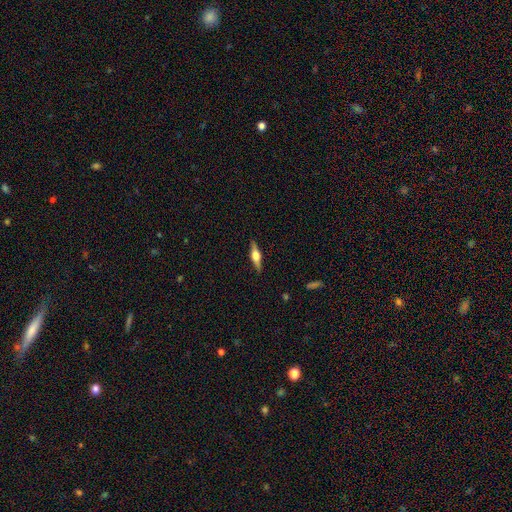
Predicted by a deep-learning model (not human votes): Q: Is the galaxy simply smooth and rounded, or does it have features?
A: featured or disk — 70%.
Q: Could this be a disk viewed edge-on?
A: yes — 97%.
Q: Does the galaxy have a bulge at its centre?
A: rounded — 92%.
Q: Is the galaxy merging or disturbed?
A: none — 89%.